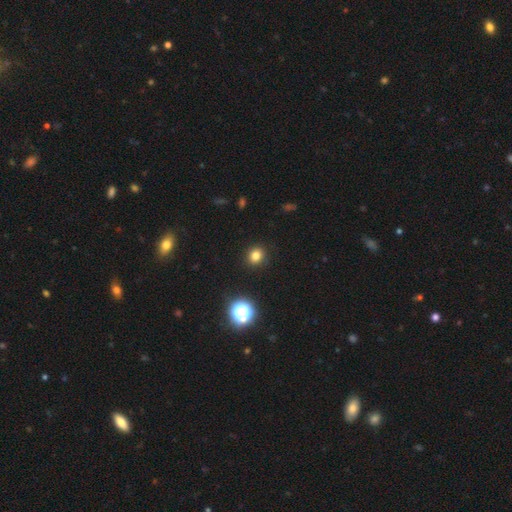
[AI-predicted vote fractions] The model was most divided on "how rounded": round: 80%, in between: 19%, cigar-shaped: 1%. More confident: merging — none (91%); smooth or featured — smooth (79%).